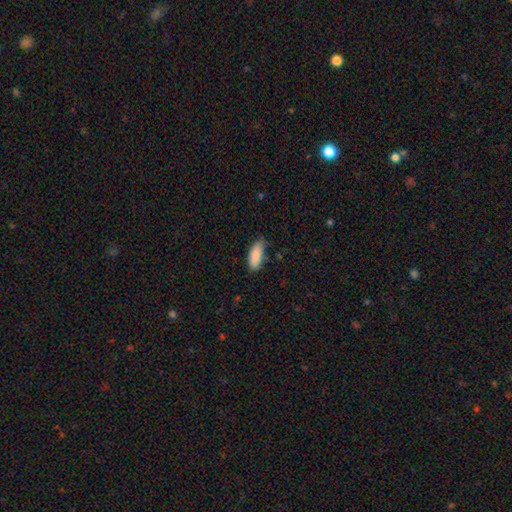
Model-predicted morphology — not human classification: smooth_or_featured: smooth (p=0.88) [alt: star or artifact p=0.07]
how_rounded: in between (p=0.83) [alt: cigar-shaped p=0.15]
merging: none (p=0.62) [alt: minor disturbance p=0.30]